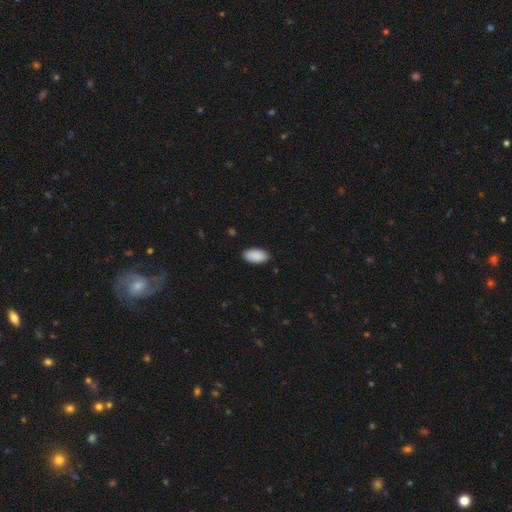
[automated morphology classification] type=smooth (91%); roundness=in between (96%); merging=none (89%).